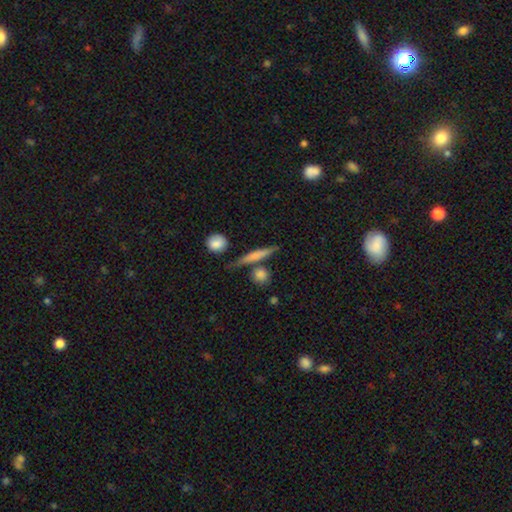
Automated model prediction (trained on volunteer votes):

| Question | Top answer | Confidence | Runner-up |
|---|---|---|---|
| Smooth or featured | smooth | 60% | featured or disk (33%) |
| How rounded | cigar-shaped | 76% | in between (13%) |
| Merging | none | 74% | minor disturbance (13%) |